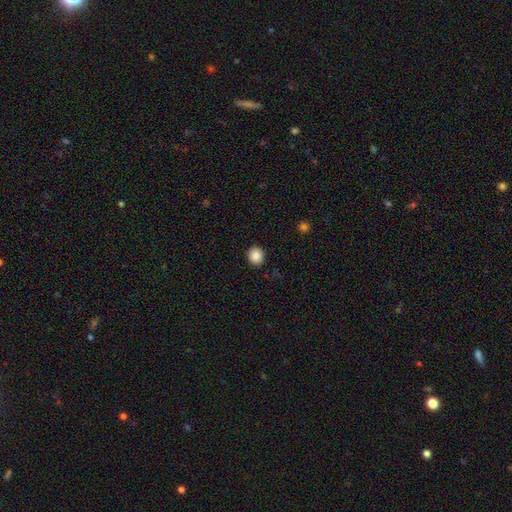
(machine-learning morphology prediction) Smooth or featured? Predicted: smooth (p=0.87). How rounded? Predicted: round (p=0.79). Merging? Predicted: none (p=0.92).